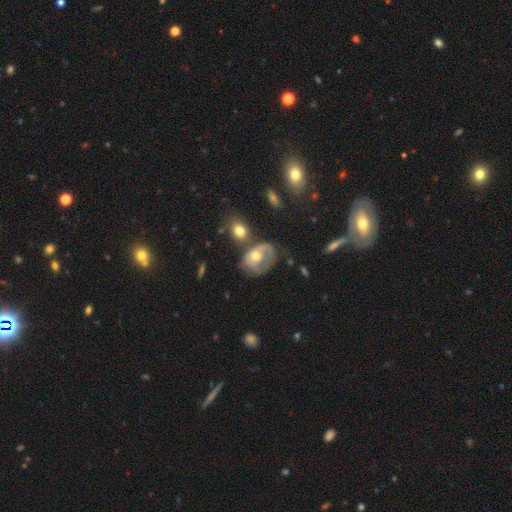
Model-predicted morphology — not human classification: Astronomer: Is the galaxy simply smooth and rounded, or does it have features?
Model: featured or disk — 52% (runner-up: smooth, 40%).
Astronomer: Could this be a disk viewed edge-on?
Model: no — 95%.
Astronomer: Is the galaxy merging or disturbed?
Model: none — 34% (runner-up: minor disturbance, 24%).